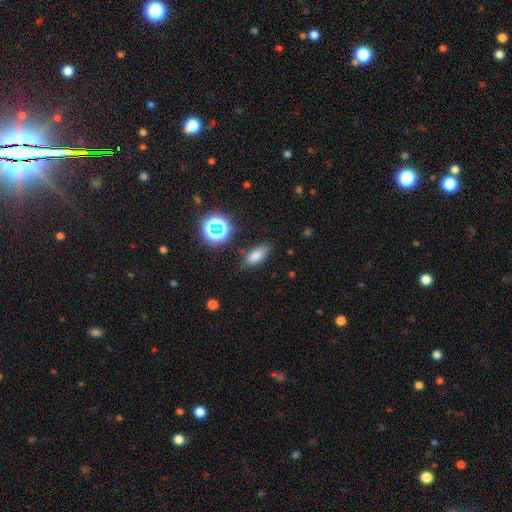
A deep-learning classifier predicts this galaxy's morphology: This appears to be a smooth galaxy with no disk features (74%) that is in between round and cigar-shaped (75%). Merging: none (77%).